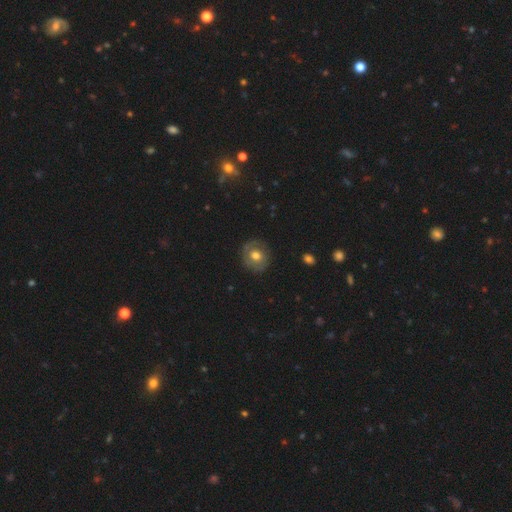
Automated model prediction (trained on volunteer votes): Q: Smooth or featured?
A: smooth (56%); runner-up: featured or disk (36%)
Q: How rounded?
A: round (85%); runner-up: in between (14%)
Q: Merging?
A: none (82%); runner-up: minor disturbance (13%)